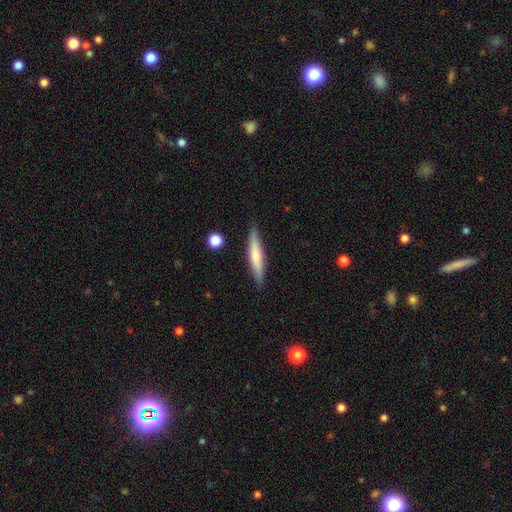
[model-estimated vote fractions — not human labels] Q: Smooth or featured?
A: smooth (61%); runner-up: featured or disk (33%)
Q: How rounded?
A: cigar-shaped (89%); runner-up: in between (10%)
Q: Merging?
A: none (87%); runner-up: minor disturbance (9%)